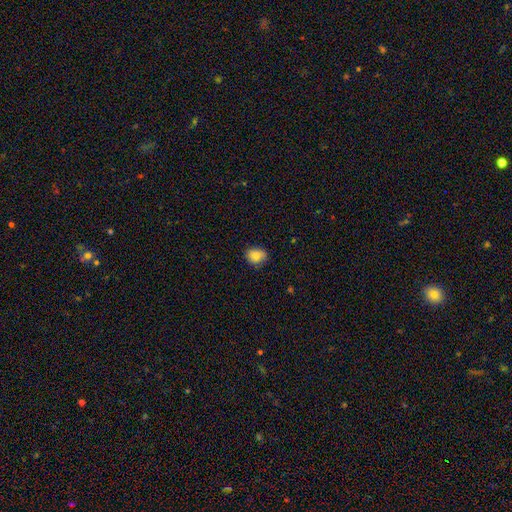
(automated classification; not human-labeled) The model was most divided on "how rounded": round: 53%, in between: 46%, cigar-shaped: 1%. More confident: smooth or featured — smooth (85%); merging — none (74%).